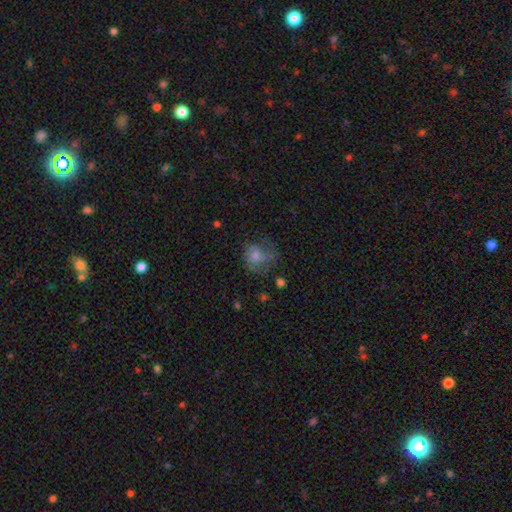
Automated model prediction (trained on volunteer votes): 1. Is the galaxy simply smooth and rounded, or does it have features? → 49% featured or disk, 37% smooth, 14% star or artifact.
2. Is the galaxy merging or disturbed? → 46% none, 29% major disturbance, 22% minor disturbance, 3% merger.